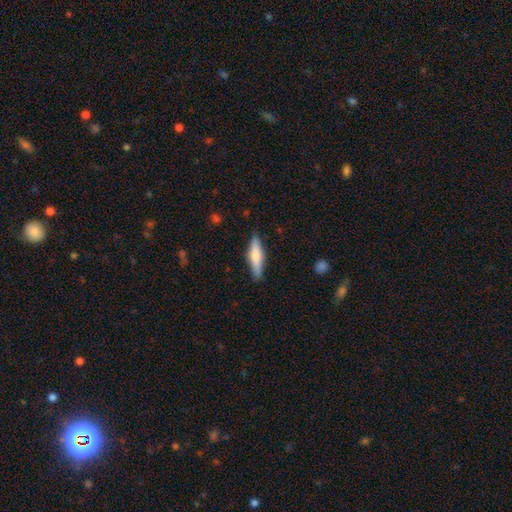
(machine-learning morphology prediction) smooth 61%, featured or disk 33%, star or artifact 6%. Down the decision tree: how rounded — cigar-shaped (75%); merging — none (86%).